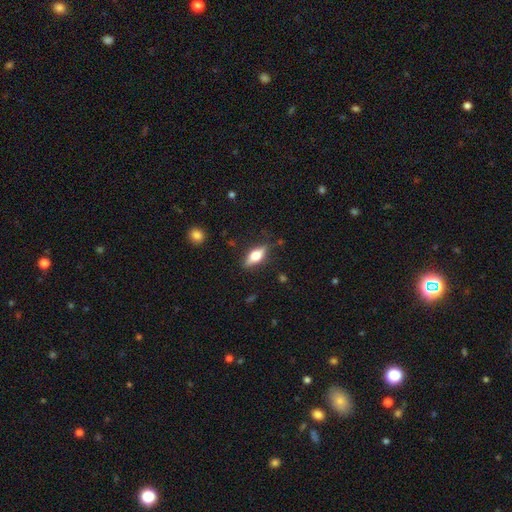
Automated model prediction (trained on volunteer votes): The model was most divided on "smooth or featured": smooth: 53%, featured or disk: 40%, star or artifact: 7%. More confident: merging — none (83%); how rounded — in between (69%).